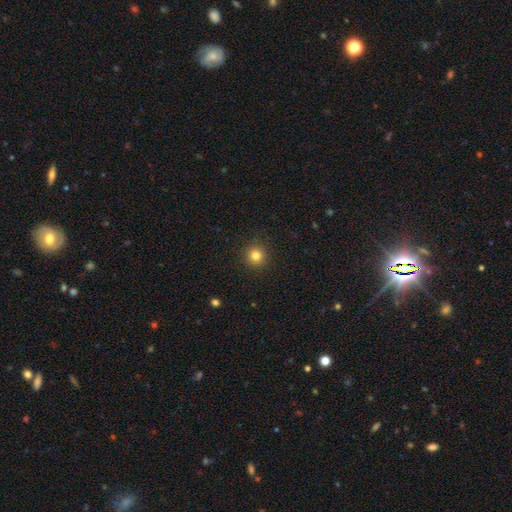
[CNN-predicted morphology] The model was most divided on "smooth or featured": smooth: 82%, star or artifact: 13%, featured or disk: 5%. More confident: how rounded — round (94%); merging — none (92%).